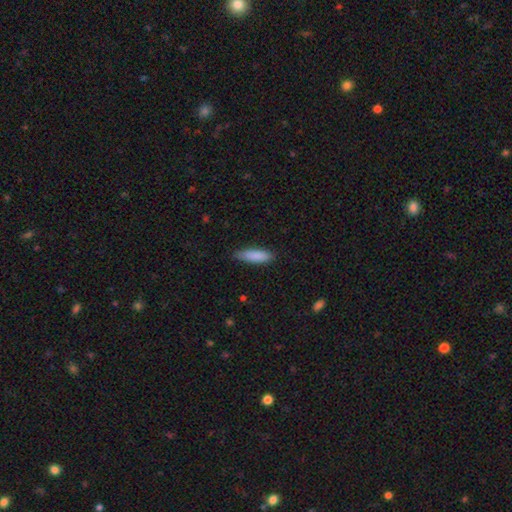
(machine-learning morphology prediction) smooth-or-featured: smooth: 87% | featured or disk: 7% | star or artifact: 6%
  how-rounded: cigar-shaped: 63% | in between: 36% | round: 1%
  merging: none: 82% | minor disturbance: 14% | major disturbance: 2% | merger: 1%